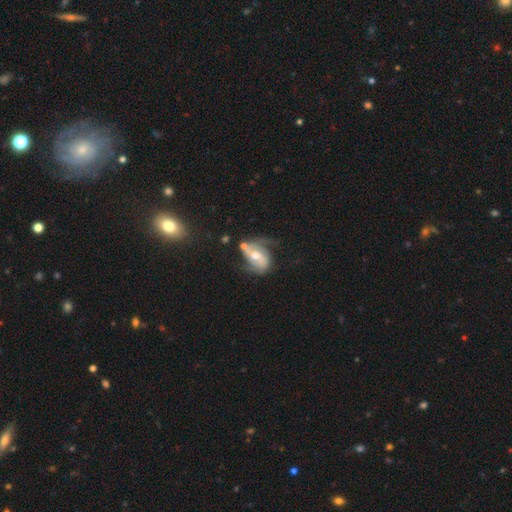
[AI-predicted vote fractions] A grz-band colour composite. It shows a featured or disk galaxy (79%) with a weak bar (41%), 2 (80%) loose (43%) spiral arms (91%) and a moderate central bulge (68%). Merging: none (45%).